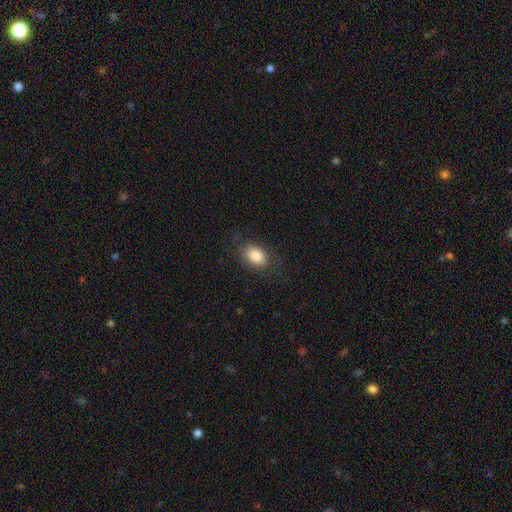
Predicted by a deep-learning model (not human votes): A smooth galaxy with no disk features (83%) that is in between round and cigar-shaped (82%).

Vote fractions:
- Smooth or featured? smooth: 83% / featured or disk: 9% / star or artifact: 8%
- How rounded? in between: 82% / round: 16% / cigar-shaped: 1%
- Merging? none: 79% / minor disturbance: 14% / major disturbance: 6% / merger: 1%